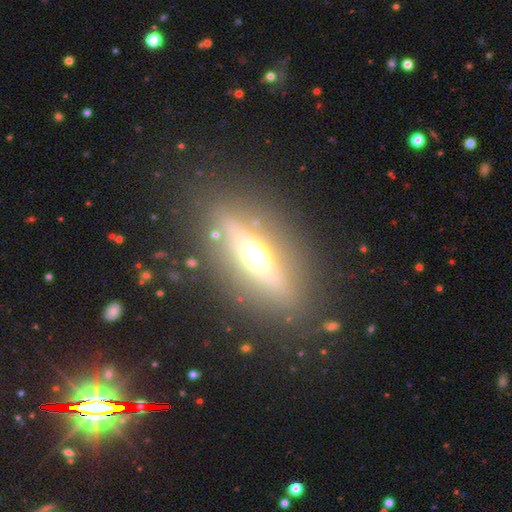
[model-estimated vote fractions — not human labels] Smooth or featured? Predicted: featured or disk (p=0.59). Edge-on disk? Predicted: yes (p=0.82). Merging? Predicted: none (p=0.82).